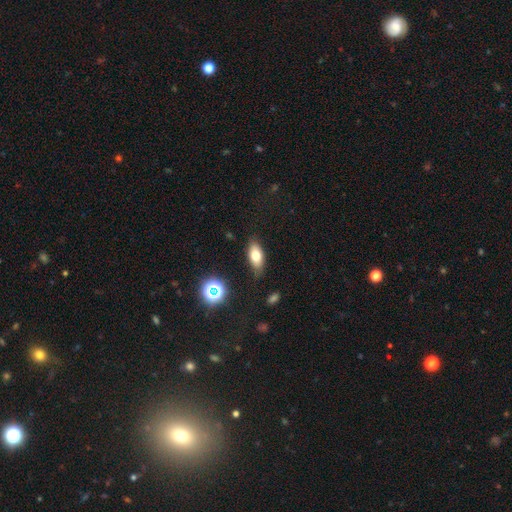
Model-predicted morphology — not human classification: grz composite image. It shows a smooth galaxy with no disk features (74%) that is in between round and cigar-shaped (85%). Merging: none (81%).